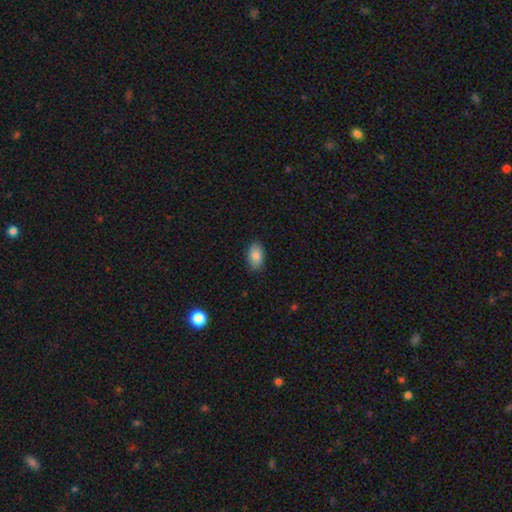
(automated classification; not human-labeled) Overall: smooth (87%). How rounded: in between (92%). Merging: none (86%).